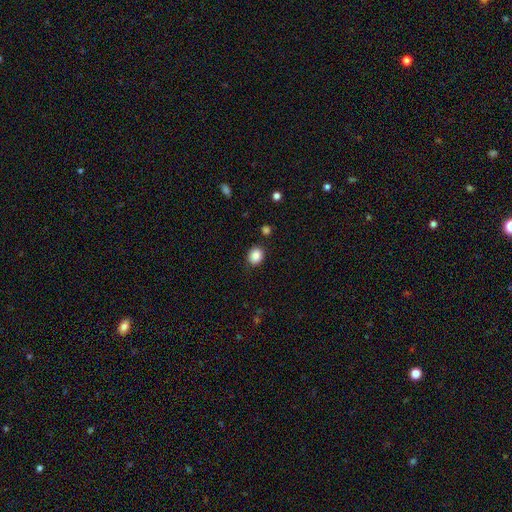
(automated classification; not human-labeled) A smooth galaxy with no disk features (88%) that is round (63%).

Vote fractions:
- Smooth or featured? smooth: 88% / star or artifact: 9% / featured or disk: 4%
- How rounded? round: 63% / in between: 36% / cigar-shaped: 1%
- Merging? none: 87% / minor disturbance: 9% / major disturbance: 3% / merger: 2%